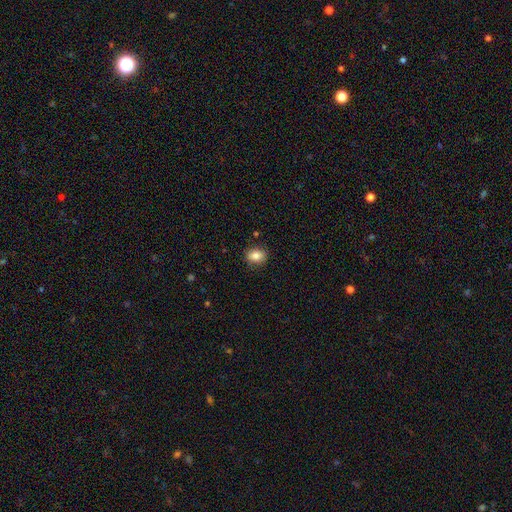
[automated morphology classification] Smooth or featured?
  - smooth: 83% *
  - star or artifact: 9%
  - featured or disk: 7%
How rounded?
  - in between: 51% *
  - round: 48%
  - cigar-shaped: 1%
Merging?
  - none: 87% *
  - minor disturbance: 9%
  - major disturbance: 2%
  - merger: 1%